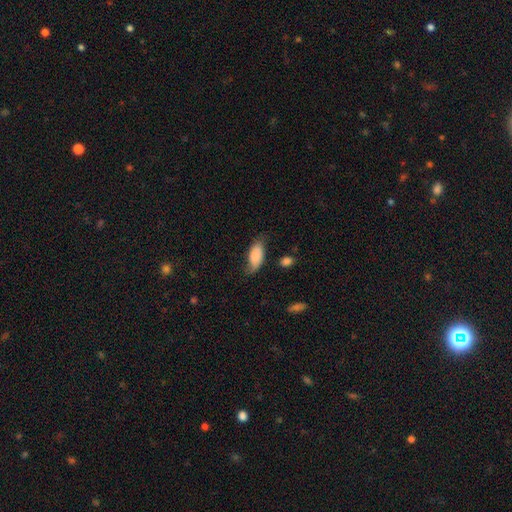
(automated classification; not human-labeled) smooth 76%, featured or disk 16%, star or artifact 7%. Down the decision tree: how rounded — in between (91%); merging — none (51%).